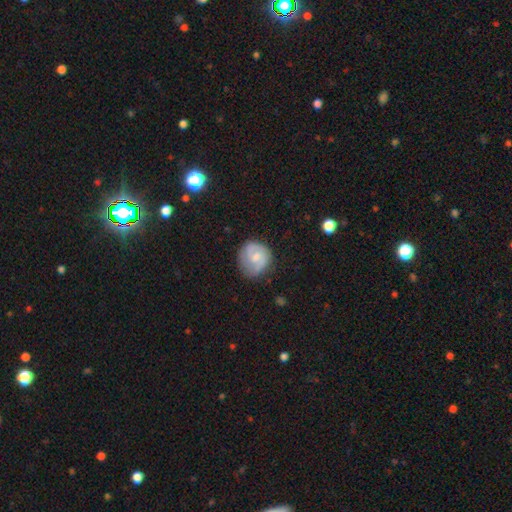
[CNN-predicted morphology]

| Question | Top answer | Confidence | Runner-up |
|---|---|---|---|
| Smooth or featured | featured or disk | 54% | smooth (39%) |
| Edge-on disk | no | 98% | yes (2%) |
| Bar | no | 51% | weak (42%) |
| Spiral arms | yes | 84% | no (16%) |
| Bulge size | small | 39% | tied: moderate (39%) |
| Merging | none | 67% | minor disturbance (23%) |